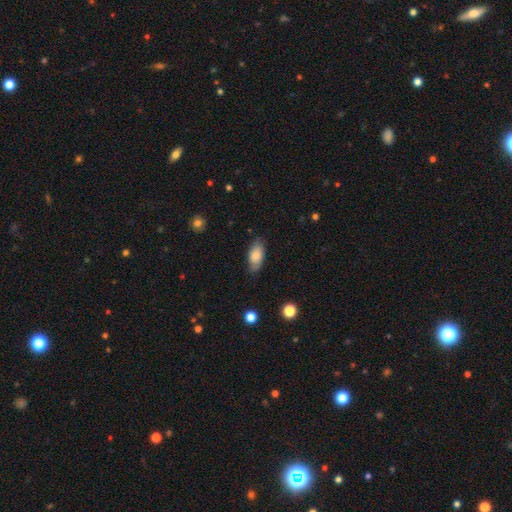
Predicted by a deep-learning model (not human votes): Overall: smooth (79%). How rounded: in between (89%). Merging: none (77%).